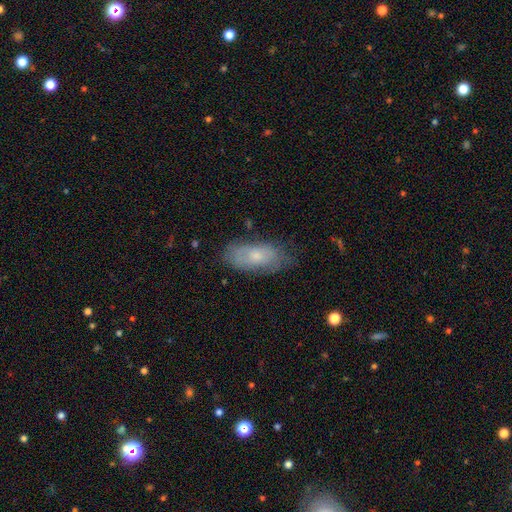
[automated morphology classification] A smooth galaxy with no disk features (55%) that is in between round and cigar-shaped (84%). Merging: none (67%).